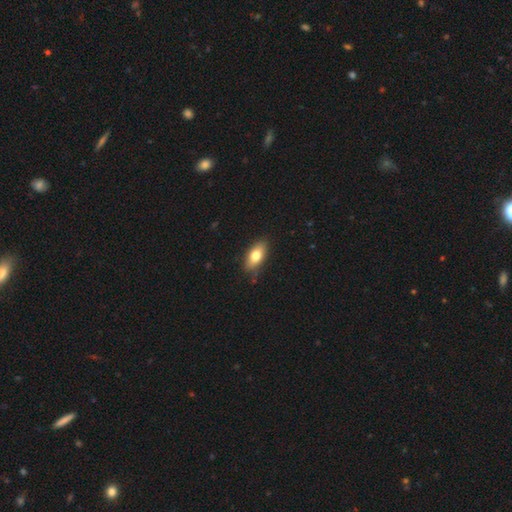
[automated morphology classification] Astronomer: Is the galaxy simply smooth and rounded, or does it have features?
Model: smooth — 75%.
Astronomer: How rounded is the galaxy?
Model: in between — 86%.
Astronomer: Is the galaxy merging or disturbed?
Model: none — 83%.